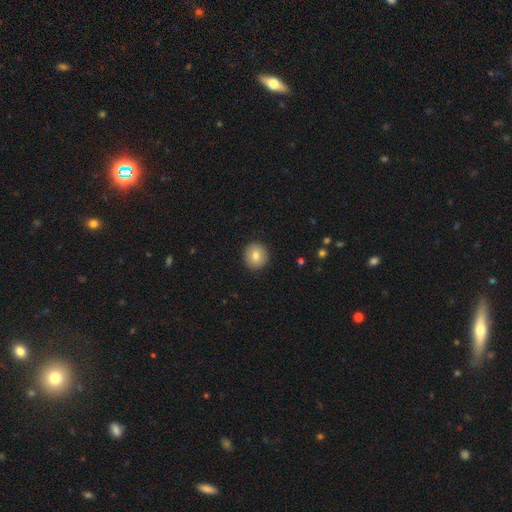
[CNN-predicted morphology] Q: Smooth or featured?
A: smooth (79%); runner-up: featured or disk (12%)
Q: How rounded?
A: round (91%); runner-up: in between (8%)
Q: Merging?
A: none (92%); runner-up: minor disturbance (6%)